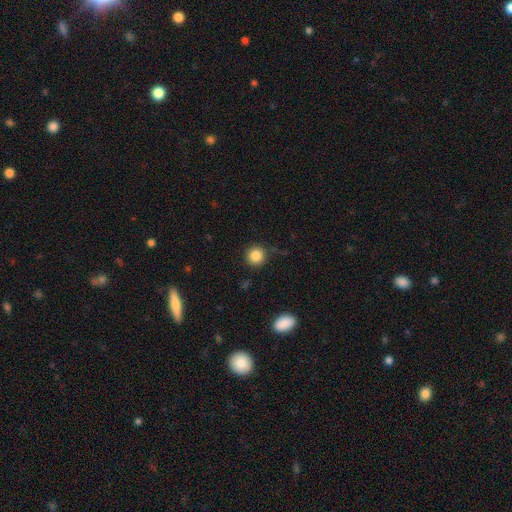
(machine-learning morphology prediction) This appears to be a smooth galaxy with no disk features (86%) that is round (94%). Merging: none (88%).